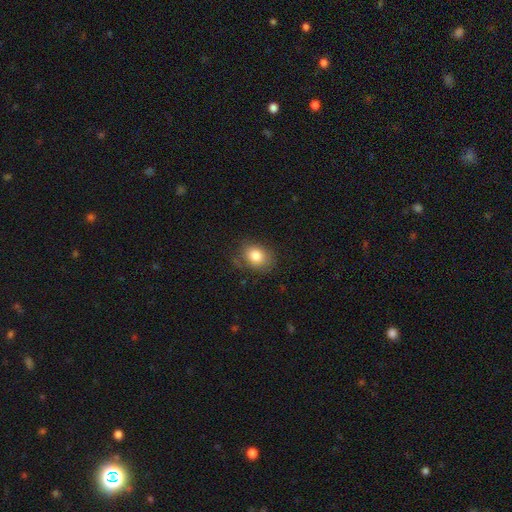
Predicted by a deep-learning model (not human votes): Smooth or featured?
  - smooth: 81% *
  - featured or disk: 10%
  - star or artifact: 9%
How rounded?
  - in between: 54% *
  - round: 45%
  - cigar-shaped: 1%
Merging?
  - none: 71% *
  - minor disturbance: 21%
  - major disturbance: 7%
  - merger: 2%